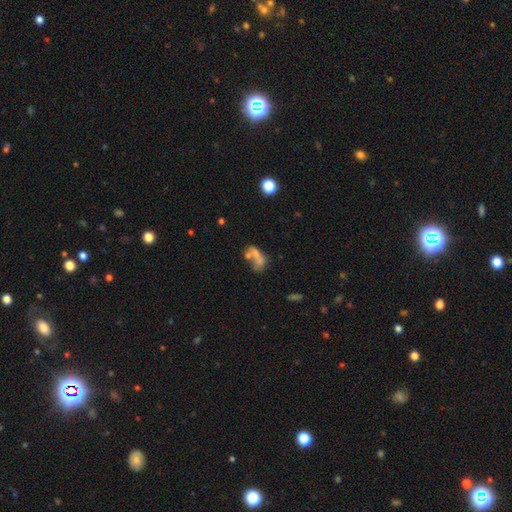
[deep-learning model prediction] smooth 54%, featured or disk 32%, star or artifact 14%. Down the decision tree: how rounded — in between (77%); merging — merger (49%).